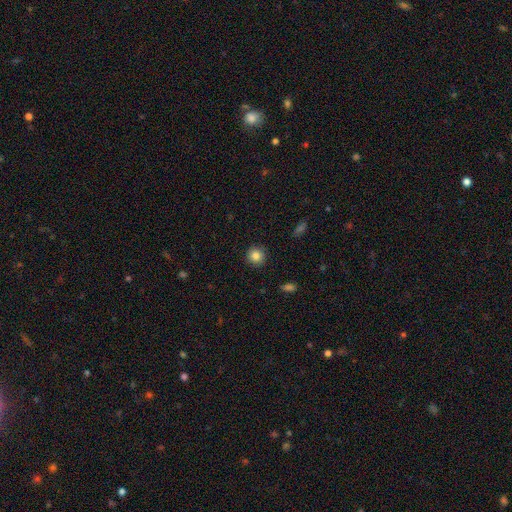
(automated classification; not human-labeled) The model was most divided on "smooth or featured": smooth: 85%, star or artifact: 10%, featured or disk: 5%. More confident: how rounded — round (93%); merging — none (91%).